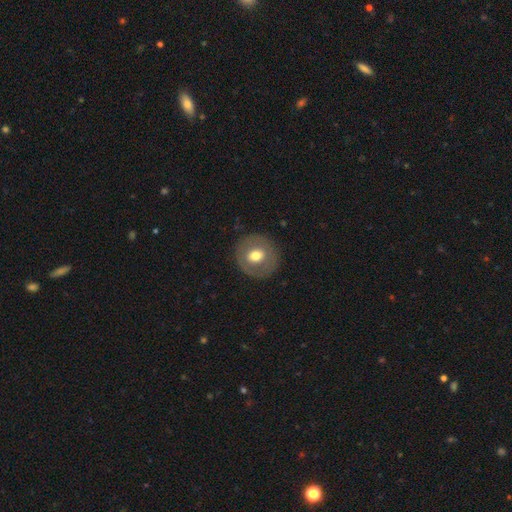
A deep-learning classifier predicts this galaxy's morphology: Smooth or featured? Predicted: smooth (p=0.56). How rounded? Predicted: round (p=0.87). Merging? Predicted: none (p=0.86).